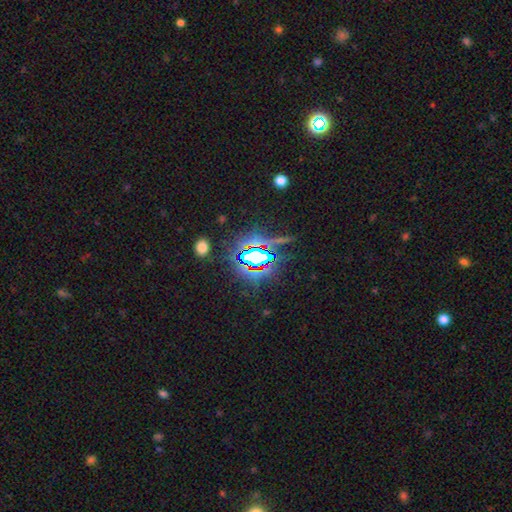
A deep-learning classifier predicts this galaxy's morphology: Smooth or featured: star or artifact — 74% (smooth — 14%)